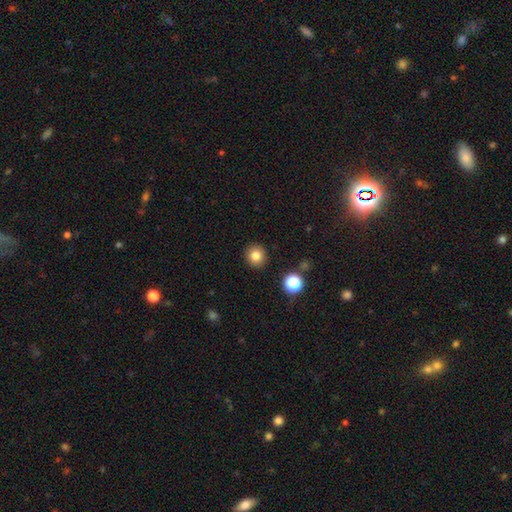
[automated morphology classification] type=smooth (81%); roundness=round (89%); merging=none (91%).